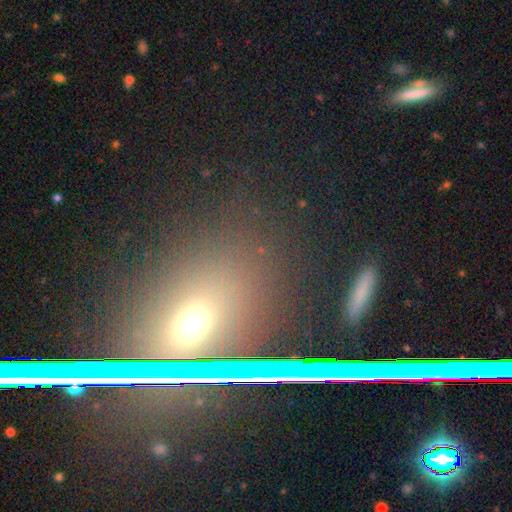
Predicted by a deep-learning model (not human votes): Morphology: type=star or artifact (46%).